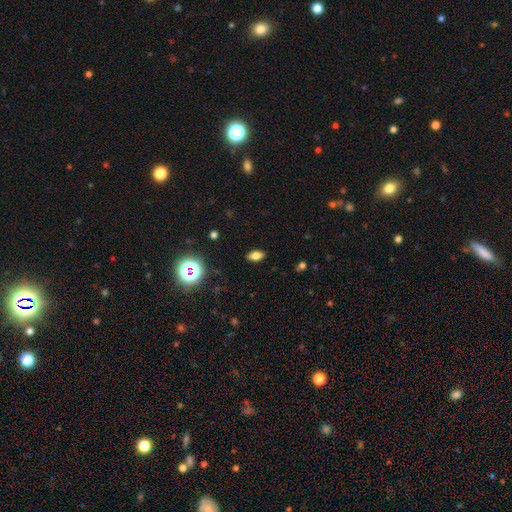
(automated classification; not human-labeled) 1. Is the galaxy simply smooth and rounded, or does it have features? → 71% smooth, 16% star or artifact, 13% featured or disk.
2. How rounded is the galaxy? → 84% in between, 8% round, 8% cigar-shaped.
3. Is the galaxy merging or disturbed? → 88% none, 8% minor disturbance, 2% major disturbance, 1% merger.